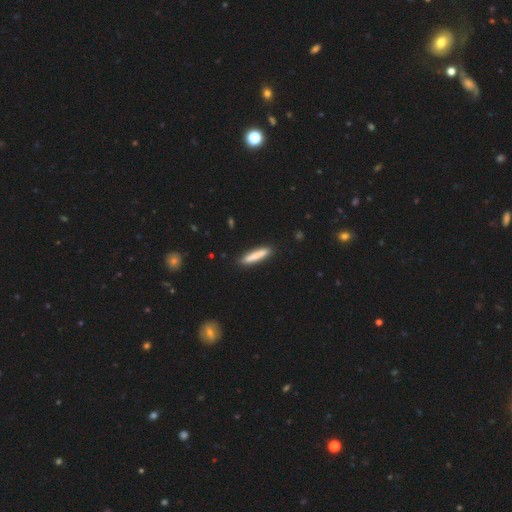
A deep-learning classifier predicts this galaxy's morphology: A smooth galaxy with no disk features (79%) that is cigar-shaped (90%).

Vote fractions:
- Smooth or featured? smooth: 79% / featured or disk: 15% / star or artifact: 6%
- How rounded? cigar-shaped: 90% / in between: 9% / round: 1%
- Merging? none: 88% / minor disturbance: 8% / merger: 2% / major disturbance: 2%